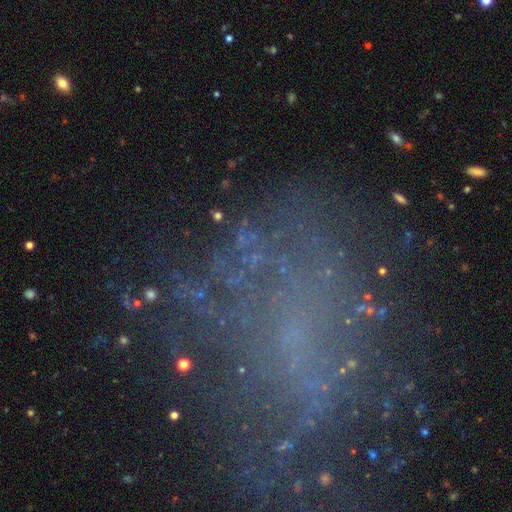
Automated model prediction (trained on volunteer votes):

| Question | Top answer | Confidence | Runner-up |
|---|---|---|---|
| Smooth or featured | featured or disk | 42% | star or artifact (34%) |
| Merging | none | 54% | major disturbance (24%) |